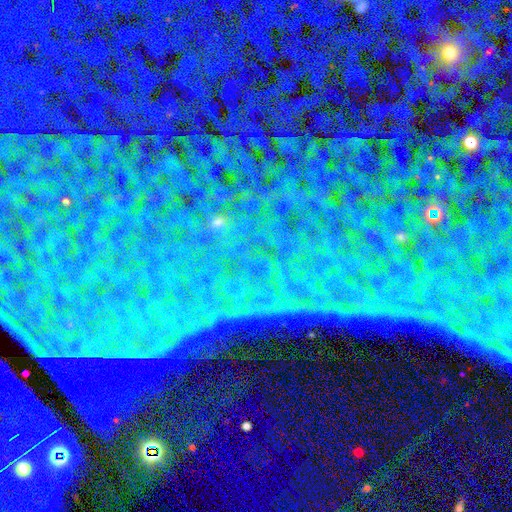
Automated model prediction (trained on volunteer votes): Smooth or featured: star or artifact — 81% (smooth — 10%)